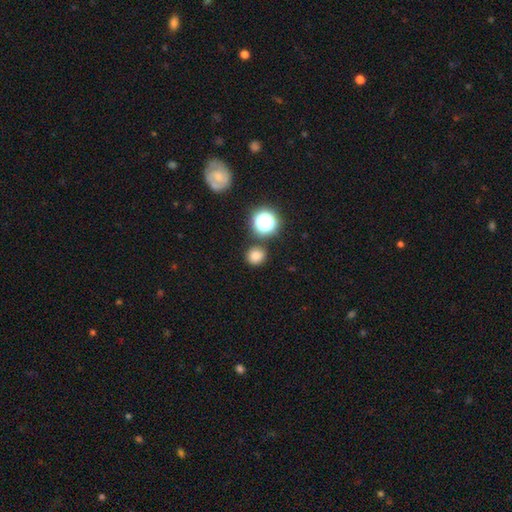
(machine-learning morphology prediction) A smooth galaxy with no disk features (78%) that is round (89%).

Vote fractions:
- Smooth or featured? smooth: 78% / star or artifact: 17% / featured or disk: 5%
- How rounded? round: 89% / in between: 10% / cigar-shaped: 1%
- Merging? none: 82% / minor disturbance: 8% / merger: 6% / major disturbance: 3%